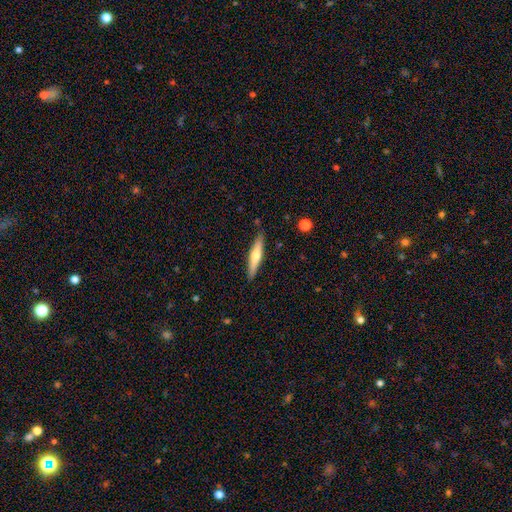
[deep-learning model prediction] Smooth or featured?
  - featured or disk: 49% *
  - smooth: 46%
  - star or artifact: 5%
Merging?
  - none: 89% *
  - minor disturbance: 8%
  - major disturbance: 2%
  - merger: 1%